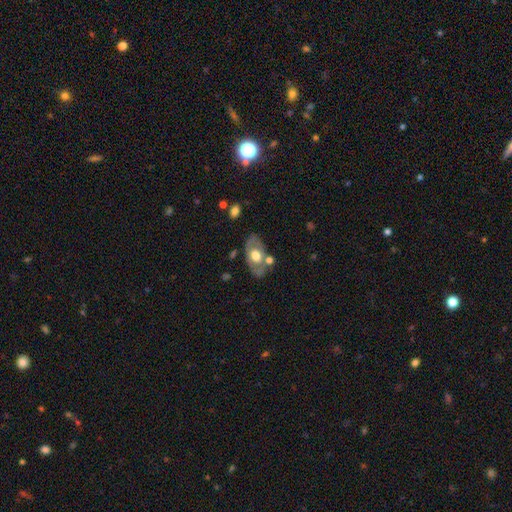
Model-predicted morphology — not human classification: A featured or disk galaxy (52%). Merging: none (68%).